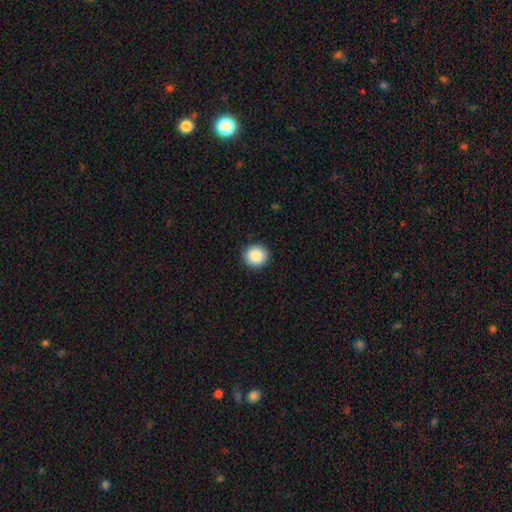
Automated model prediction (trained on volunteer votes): This is clearly a smooth galaxy (89%). How rounded: clearly round (92%). Merging: clearly none (92%).